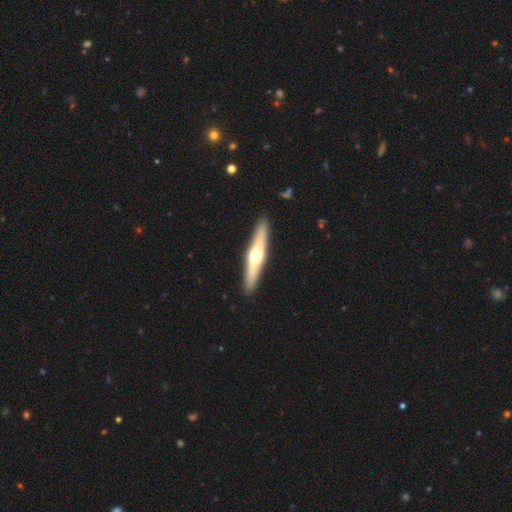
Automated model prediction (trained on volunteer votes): Smooth or featured? Predicted: featured or disk (p=0.59). Edge-on disk? Predicted: yes (p=0.94). Edge-on bulge? Predicted: rounded (p=0.93). Merging? Predicted: none (p=0.92).